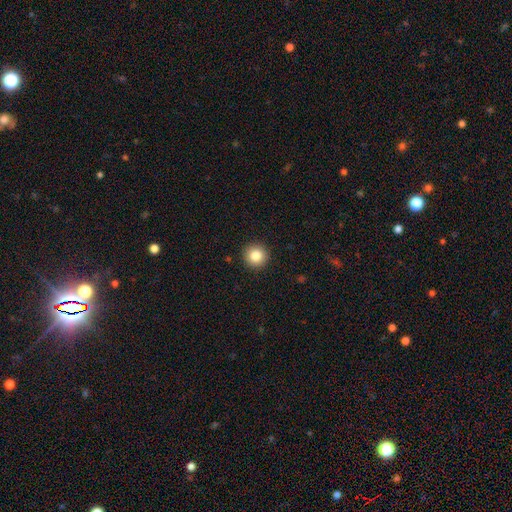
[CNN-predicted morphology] Smooth or featured? Predicted: smooth (p=0.84). How rounded? Predicted: round (p=0.95). Merging? Predicted: none (p=0.93).